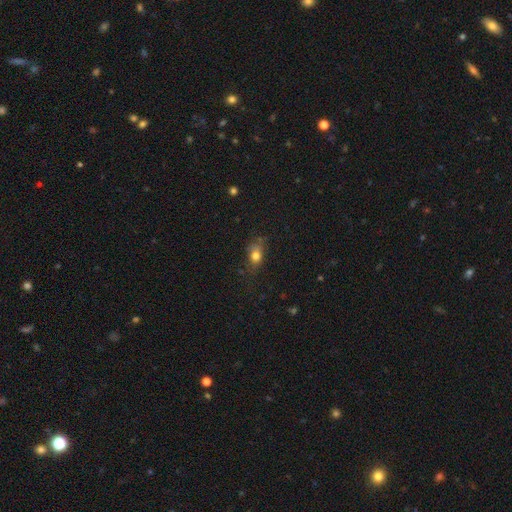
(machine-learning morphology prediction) Smooth or featured: smooth — 77% (featured or disk — 12%)
How rounded: in between — 65% (round — 31%)
Merging: none — 59% (minor disturbance — 28%)